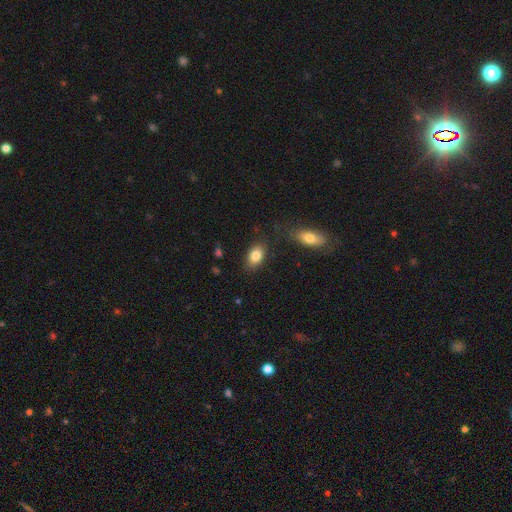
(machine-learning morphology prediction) smooth 83%, featured or disk 9%, star or artifact 8%. Down the decision tree: how rounded — in between (88%); merging — none (82%).